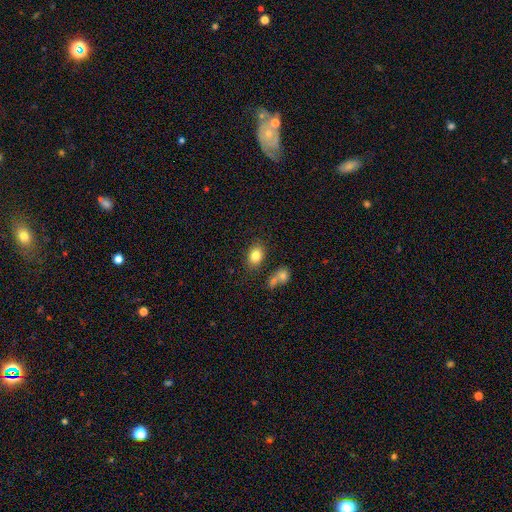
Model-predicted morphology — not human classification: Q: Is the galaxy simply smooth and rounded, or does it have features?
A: smooth — 82%.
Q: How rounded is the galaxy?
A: in between — 72%.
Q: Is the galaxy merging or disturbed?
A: none — 77%.